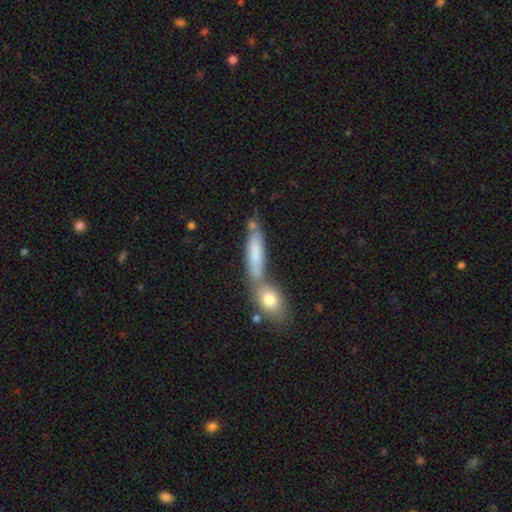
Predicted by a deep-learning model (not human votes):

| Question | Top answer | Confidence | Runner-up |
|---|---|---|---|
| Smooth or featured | smooth | 58% | featured or disk (31%) |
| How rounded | cigar-shaped | 66% | in between (30%) |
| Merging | merger | 46% | none (39%) |